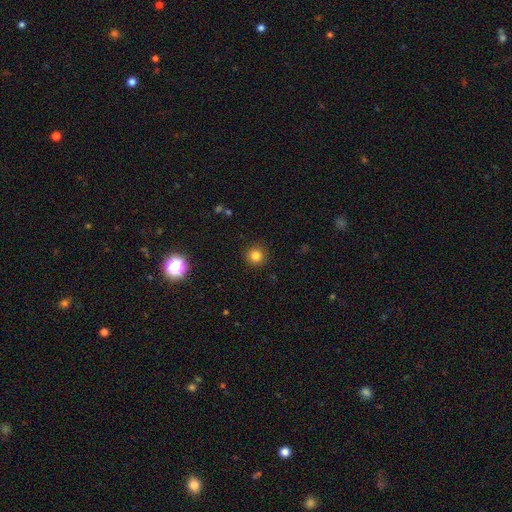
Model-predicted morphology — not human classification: Overall: smooth (82%). How rounded: round (95%). Merging: none (91%).